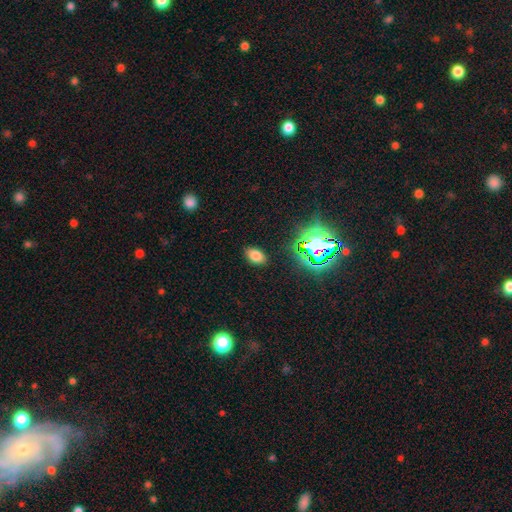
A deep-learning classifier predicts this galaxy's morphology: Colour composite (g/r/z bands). It shows a smooth galaxy with no disk features (73%) that is in between round and cigar-shaped (87%). Merging: none (86%).